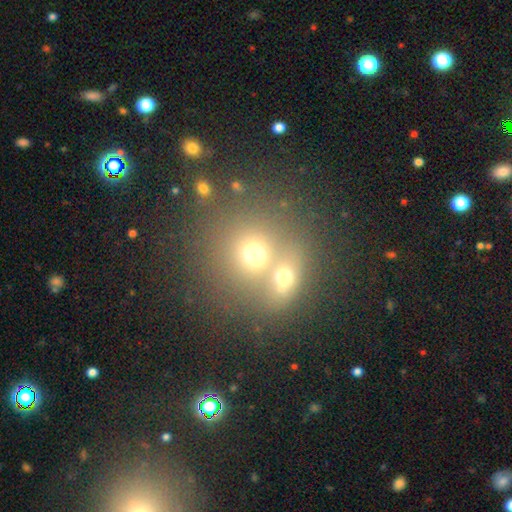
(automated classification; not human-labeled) This is possibly a smooth galaxy (59%). How rounded: clearly round (86%). Merging: possibly merger (55%).